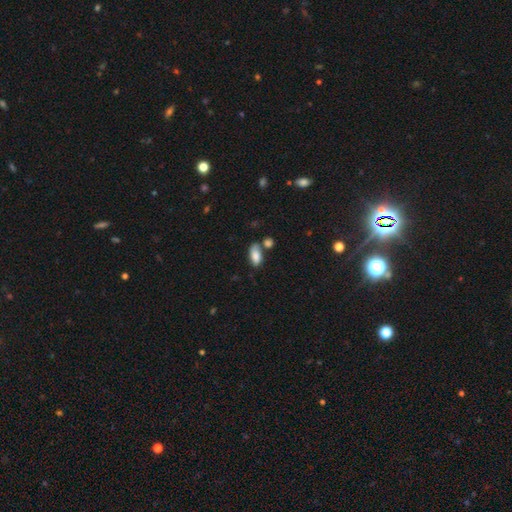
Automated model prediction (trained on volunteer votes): Q: Smooth or featured?
A: smooth (84%); runner-up: featured or disk (8%)
Q: How rounded?
A: in between (90%); runner-up: cigar-shaped (7%)
Q: Merging?
A: none (57%); runner-up: merger (19%)